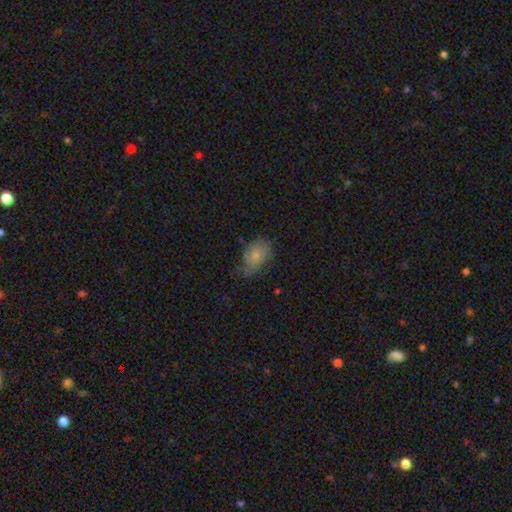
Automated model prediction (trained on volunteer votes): This is likely a smooth galaxy (67%). How rounded: likely in between (79%). Merging: possibly none (48%).